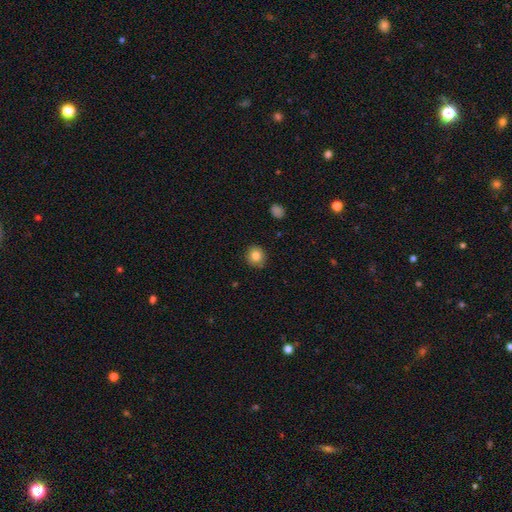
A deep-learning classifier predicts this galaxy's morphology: type=smooth (83%); roundness=round (87%); merging=none (88%).